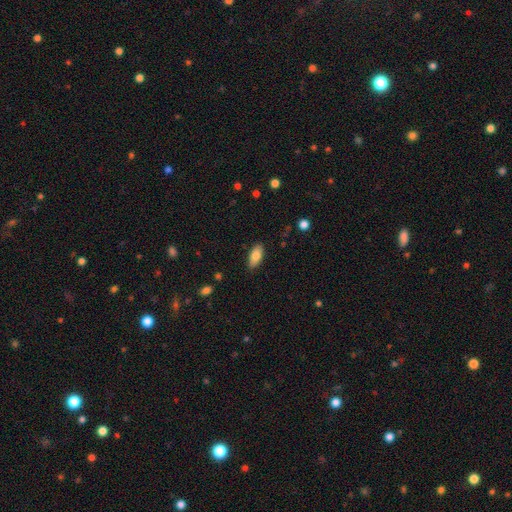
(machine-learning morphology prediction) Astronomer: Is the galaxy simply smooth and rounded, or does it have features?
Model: smooth — 79%.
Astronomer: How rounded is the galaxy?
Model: in between — 88%.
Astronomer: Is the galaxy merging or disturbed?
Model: none — 86%.